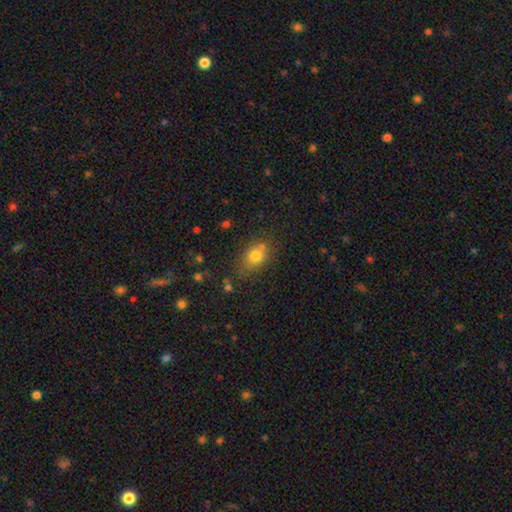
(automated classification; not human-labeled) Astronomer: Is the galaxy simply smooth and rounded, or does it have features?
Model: smooth — 76%.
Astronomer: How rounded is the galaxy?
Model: in between — 56% (runner-up: round, 42%).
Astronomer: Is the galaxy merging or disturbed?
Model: none — 68%.